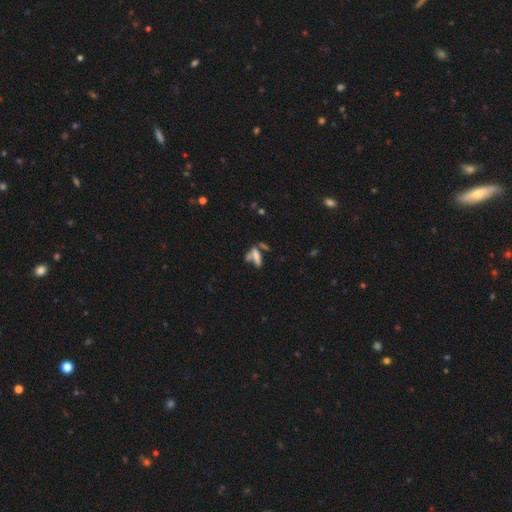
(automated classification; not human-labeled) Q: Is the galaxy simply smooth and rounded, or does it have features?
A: smooth — 59%.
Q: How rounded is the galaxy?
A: cigar-shaped — 56%.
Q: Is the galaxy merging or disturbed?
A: merger — 43%.